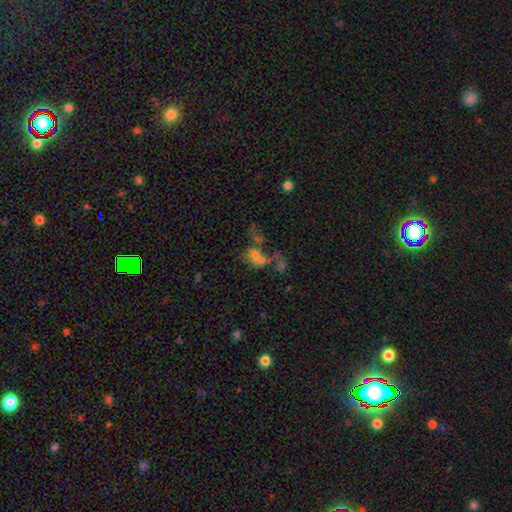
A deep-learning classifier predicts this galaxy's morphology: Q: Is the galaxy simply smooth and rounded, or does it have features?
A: smooth — 53%.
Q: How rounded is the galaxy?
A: in between — 56%.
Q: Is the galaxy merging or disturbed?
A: merger — 51%.